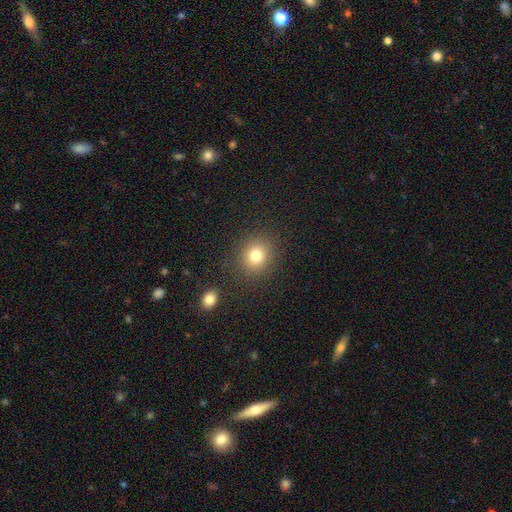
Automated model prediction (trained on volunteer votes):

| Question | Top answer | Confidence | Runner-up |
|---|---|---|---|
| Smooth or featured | smooth | 79% | star or artifact (13%) |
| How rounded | round | 78% | in between (21%) |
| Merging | none | 86% | minor disturbance (8%) |